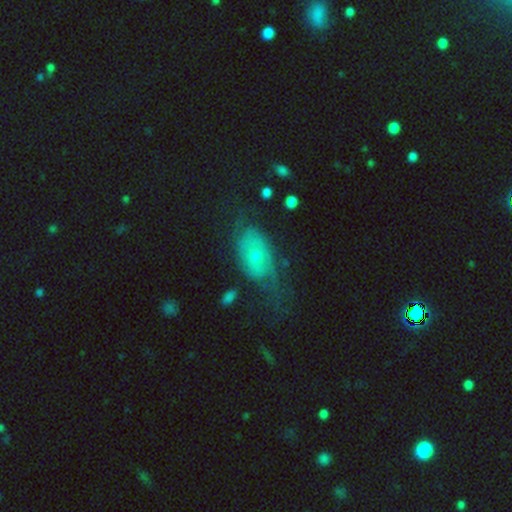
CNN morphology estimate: type=featured or disk (66%); edge-on=no (93%); bar=no (81%); spiral arms=yes (74%); bulge=moderate (53%); merging=none (44%).